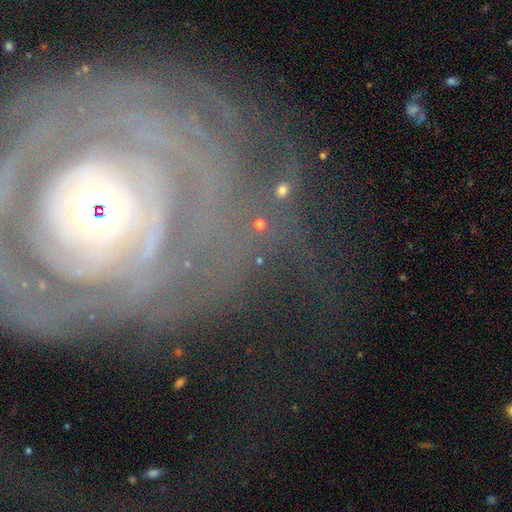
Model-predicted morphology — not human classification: Q: Smooth or featured?
A: featured or disk (80%); runner-up: smooth (10%)
Q: Edge-on disk?
A: no (96%); runner-up: yes (4%)
Q: Bar?
A: no (67%); runner-up: weak (19%)
Q: Spiral arms?
A: yes (84%); runner-up: no (16%)
Q: Spiral winding?
A: tight (78%); runner-up: medium (15%)
Q: Spiral arm count?
A: can't tell (40%); runner-up: 2 (16%)
Q: Bulge size?
A: moderate (45%); runner-up: small (38%)
Q: Merging?
A: none (66%); runner-up: minor disturbance (15%)